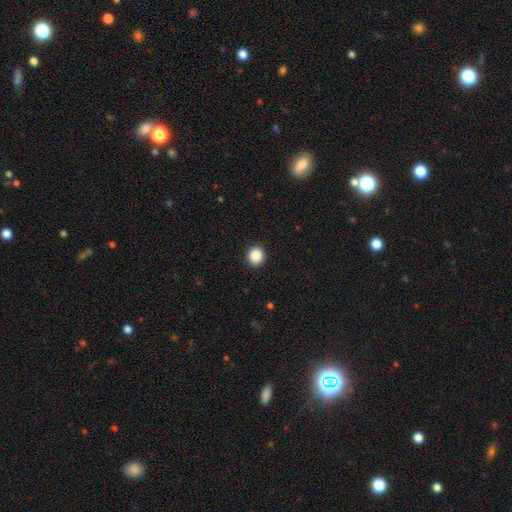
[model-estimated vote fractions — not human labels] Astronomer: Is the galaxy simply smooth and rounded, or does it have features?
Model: smooth — 88%.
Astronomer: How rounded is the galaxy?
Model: round — 86%.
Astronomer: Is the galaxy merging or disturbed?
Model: none — 92%.